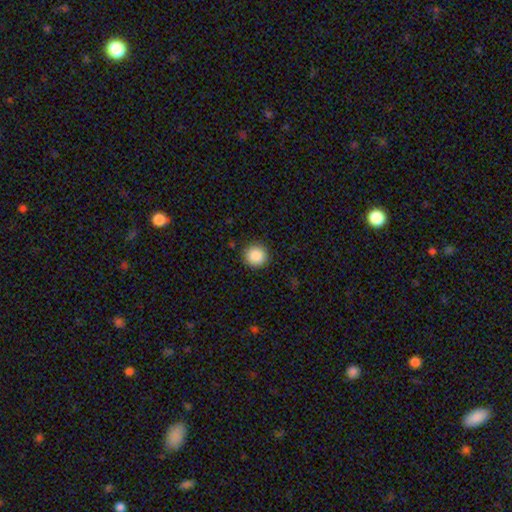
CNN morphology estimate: A smooth galaxy with no disk features (89%) that is round (94%).

Vote fractions:
- Smooth or featured? smooth: 89% / star or artifact: 9% / featured or disk: 3%
- How rounded? round: 94% / in between: 5% / cigar-shaped: 1%
- Merging? none: 91% / minor disturbance: 6% / major disturbance: 2% / merger: 1%